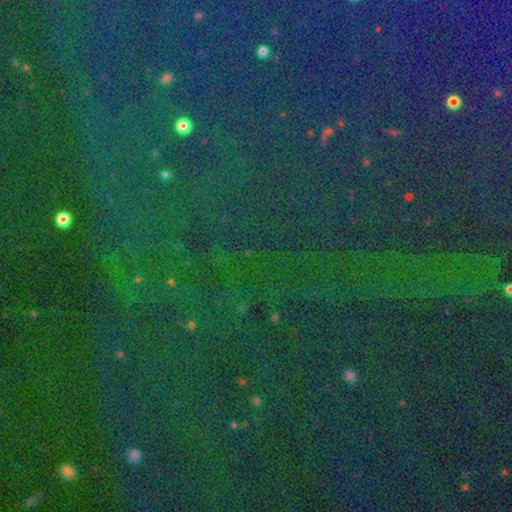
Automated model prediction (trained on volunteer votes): Morphology: type=star or artifact (81%).